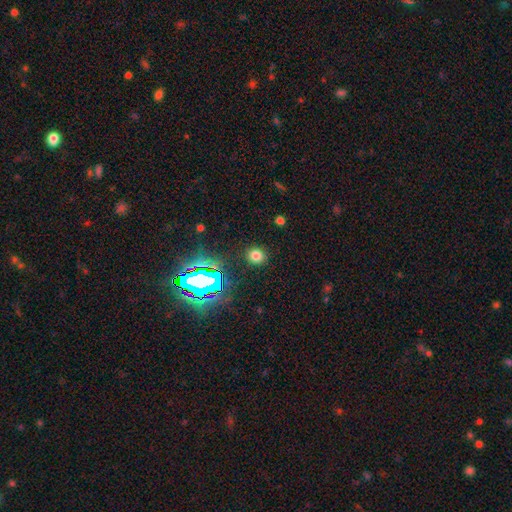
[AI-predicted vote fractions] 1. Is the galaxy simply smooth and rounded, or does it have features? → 72% smooth, 22% star or artifact, 6% featured or disk.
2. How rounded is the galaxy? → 83% round, 16% in between, 1% cigar-shaped.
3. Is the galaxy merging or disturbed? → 89% none, 6% minor disturbance, 3% major disturbance, 2% merger.